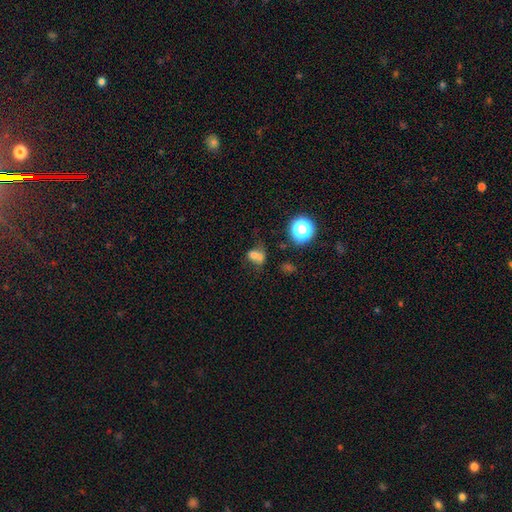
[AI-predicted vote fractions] smooth 65%, star or artifact 19%, featured or disk 16%. Down the decision tree: how rounded — round (55%); merging — merger (53%).